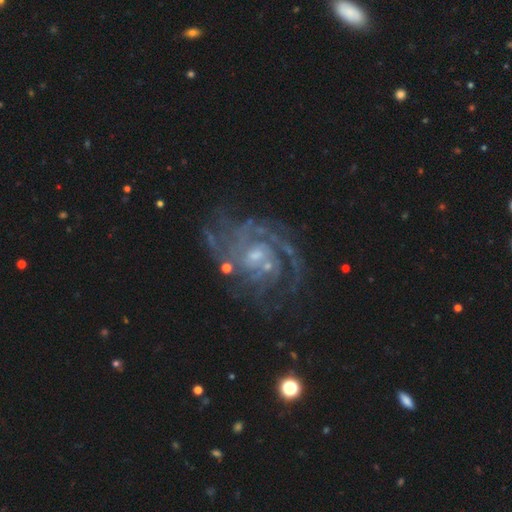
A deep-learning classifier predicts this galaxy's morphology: This appears to be a featured or disk galaxy (89%) with no bar (52%), tight (56%) spiral arms (97%) and a small central bulge (65%). Merging: none (68%).